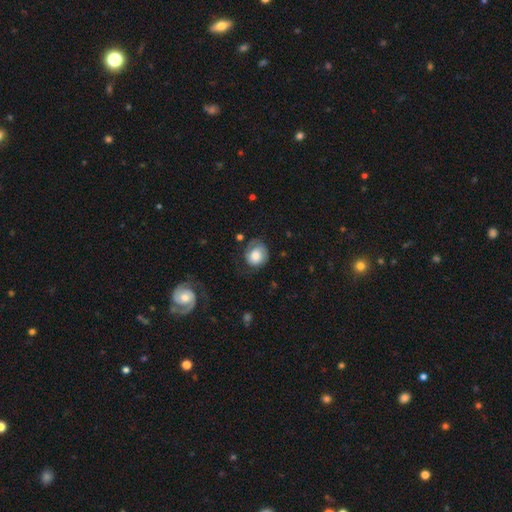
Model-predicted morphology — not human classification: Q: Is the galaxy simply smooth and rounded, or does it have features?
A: smooth — 67%.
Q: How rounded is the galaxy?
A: round — 72%.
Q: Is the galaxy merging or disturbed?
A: none — 51%.